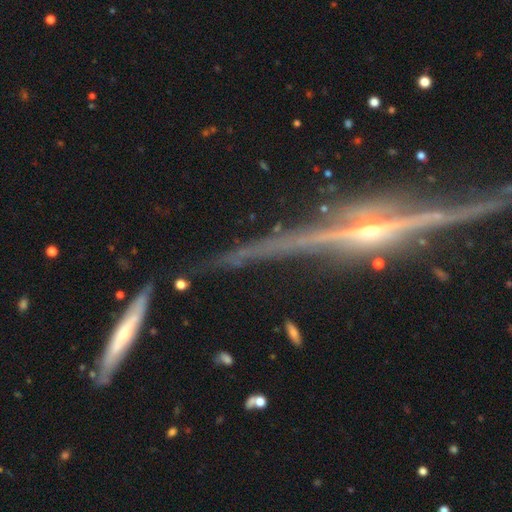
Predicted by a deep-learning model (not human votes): Smooth or featured? Predicted: featured or disk (p=0.82). Edge-on disk? Predicted: yes (p=0.96). Edge-on bulge? Predicted: rounded (p=0.77). Merging? Predicted: none (p=0.73).